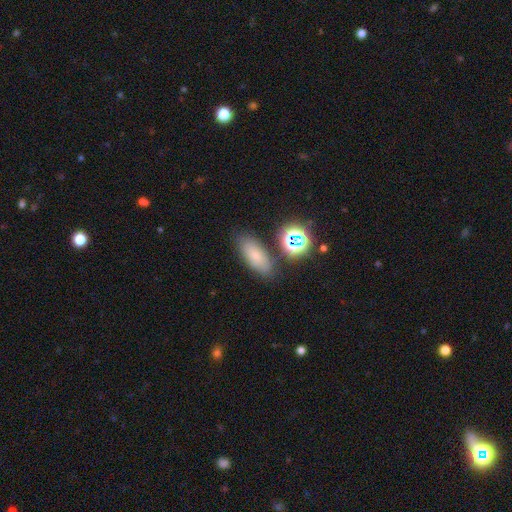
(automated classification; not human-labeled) smooth_or_featured: smooth (p=0.71) [alt: star or artifact p=0.17]
how_rounded: in between (p=0.79) [alt: cigar-shaped p=0.15]
merging: none (p=0.77) [alt: minor disturbance p=0.12]